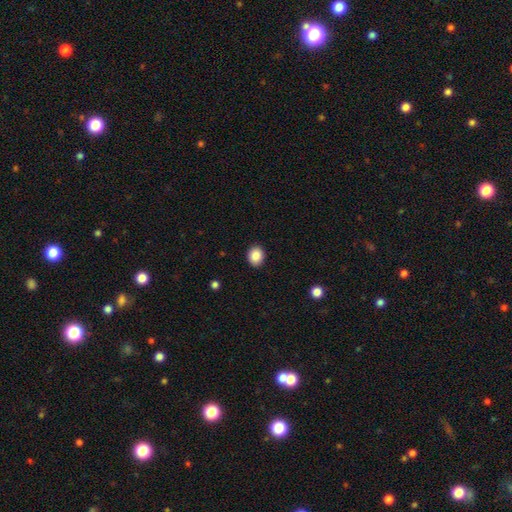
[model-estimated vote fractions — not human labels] smooth_or_featured: smooth (p=0.87) [alt: star or artifact p=0.08]
how_rounded: round (p=0.66) [alt: in between p=0.33]
merging: none (p=0.91) [alt: minor disturbance p=0.06]